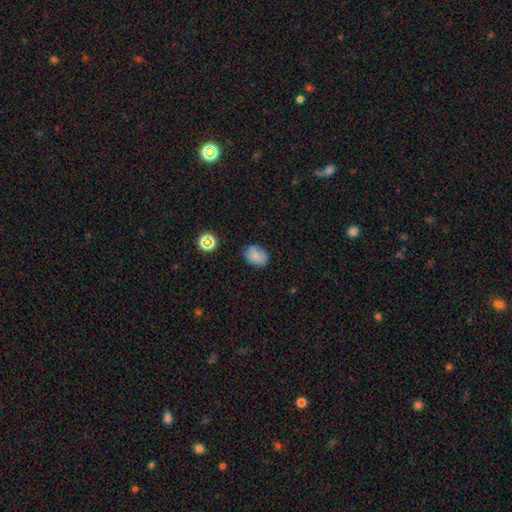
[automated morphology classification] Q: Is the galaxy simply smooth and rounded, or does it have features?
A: smooth — 79%.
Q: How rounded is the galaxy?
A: in between — 70%.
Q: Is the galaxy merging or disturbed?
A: none — 76%.